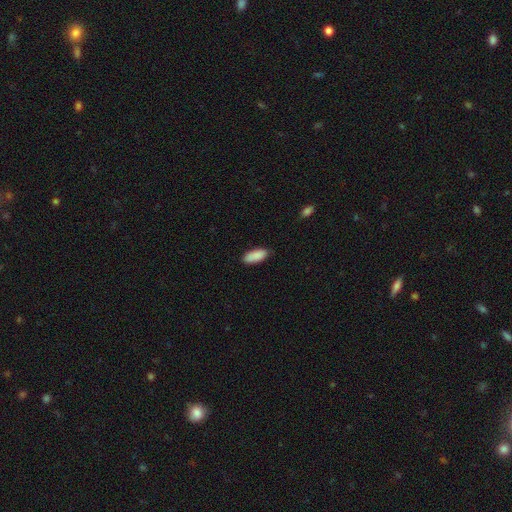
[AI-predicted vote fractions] Smooth or featured?
  - smooth: 90% *
  - star or artifact: 6%
  - featured or disk: 4%
How rounded?
  - in between: 83% *
  - cigar-shaped: 15%
  - round: 2%
Merging?
  - none: 85% *
  - minor disturbance: 12%
  - major disturbance: 2%
  - merger: 1%